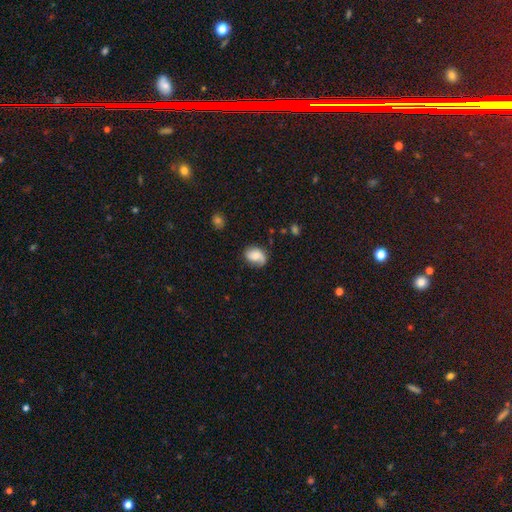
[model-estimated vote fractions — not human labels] Morphology: type=smooth (51%); roundness=in between (65%); merging=none (63%).